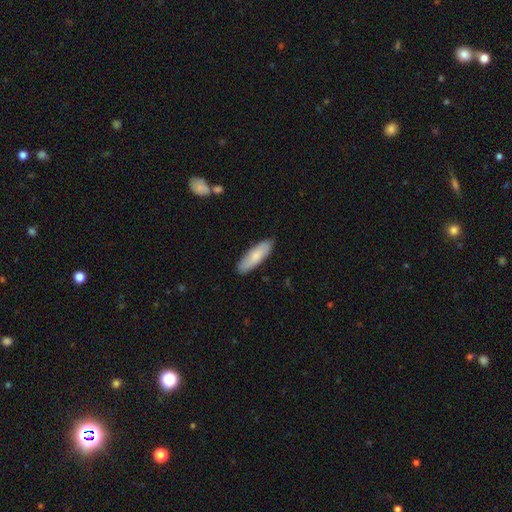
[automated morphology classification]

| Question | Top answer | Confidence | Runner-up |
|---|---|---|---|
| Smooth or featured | smooth | 79% | featured or disk (16%) |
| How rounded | in between | 54% | cigar-shaped (44%) |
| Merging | none | 87% | minor disturbance (10%) |